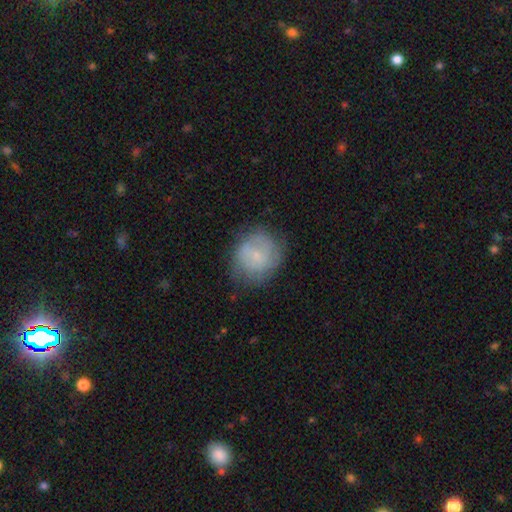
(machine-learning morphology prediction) A smooth galaxy with no disk features (57%) that is round (80%). Merging: none (65%).